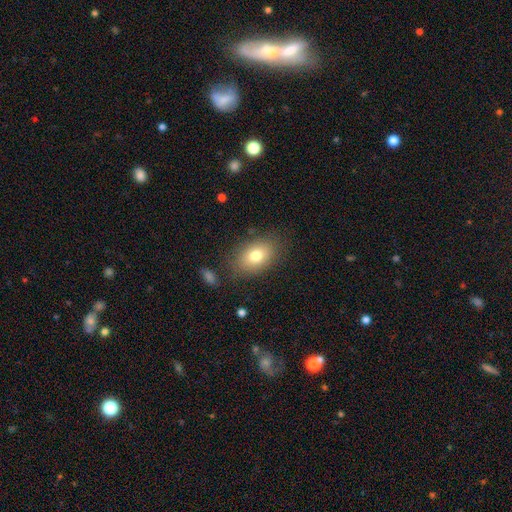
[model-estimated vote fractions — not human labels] smooth 77%, featured or disk 14%, star or artifact 9%. Down the decision tree: how rounded — in between (83%); merging — none (81%).